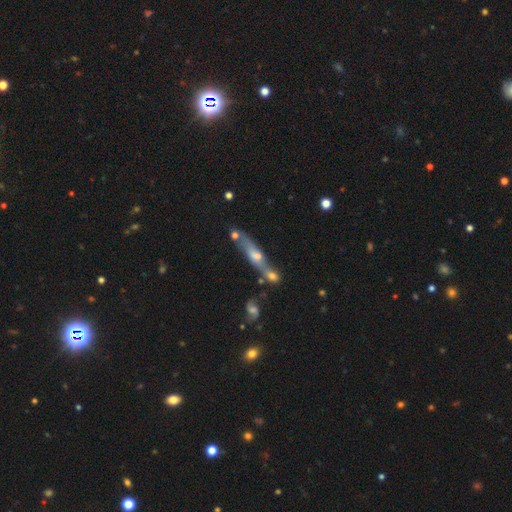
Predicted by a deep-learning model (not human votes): featured or disk 61%, smooth 27%, star or artifact 12%. Down the decision tree: edge-on disk — yes (76%); merging — none (53%).